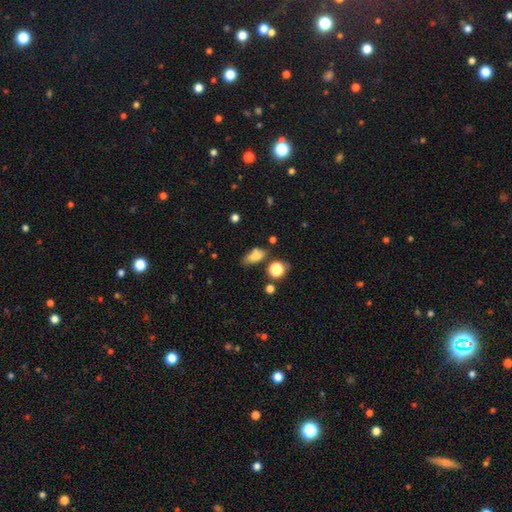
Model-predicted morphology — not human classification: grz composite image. It shows a smooth galaxy with no disk features (74%) that is in between round and cigar-shaped (77%). Merging: none (55%).